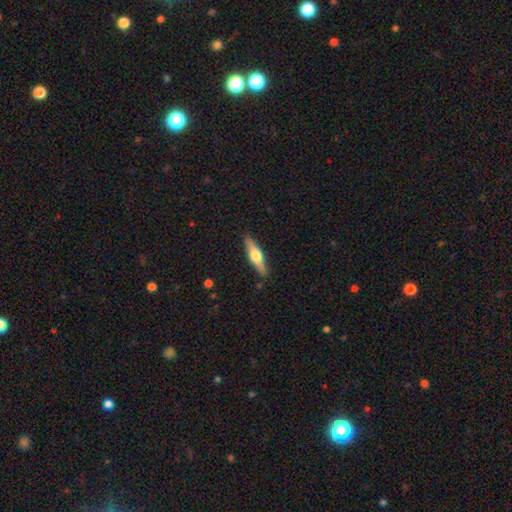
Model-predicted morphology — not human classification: This is possibly a featured or disk galaxy (56%). It is clearly viewed edge-on (95%). Edge-on bulge: clearly rounded (93%). Merging: clearly none (88%).